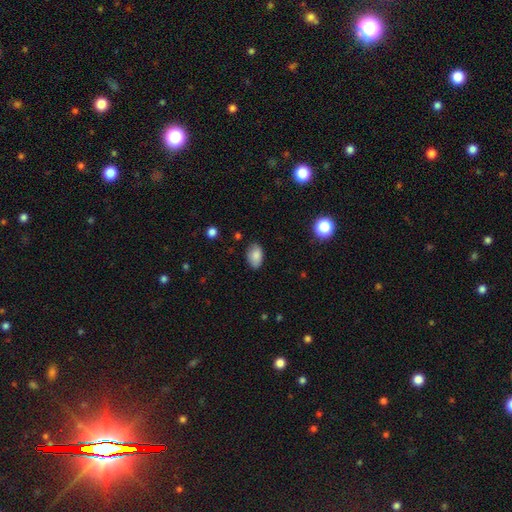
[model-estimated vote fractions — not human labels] A smooth galaxy with no disk features (85%) that is in between round and cigar-shaped (90%). Merging: none (81%).